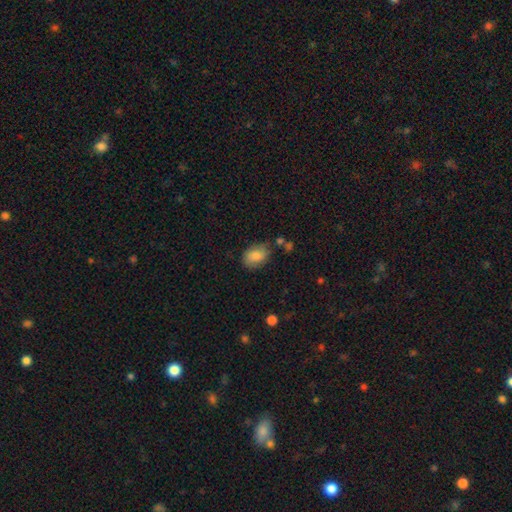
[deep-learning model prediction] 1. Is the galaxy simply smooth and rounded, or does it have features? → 83% smooth, 9% featured or disk, 7% star or artifact.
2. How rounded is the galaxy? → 81% in between, 18% round, 1% cigar-shaped.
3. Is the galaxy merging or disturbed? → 71% none, 20% minor disturbance, 5% major disturbance, 4% merger.